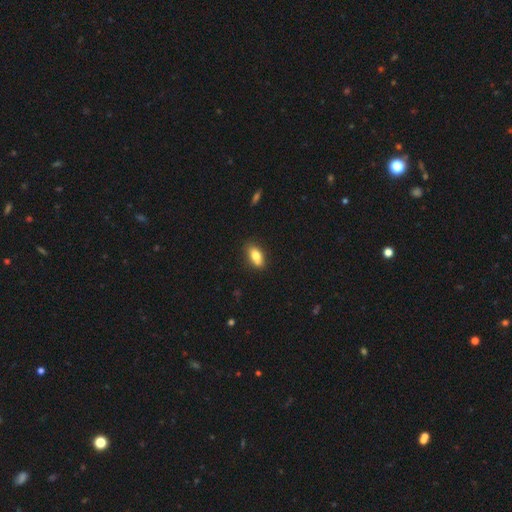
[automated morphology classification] type=smooth (80%); roundness=in between (87%); merging=none (82%).